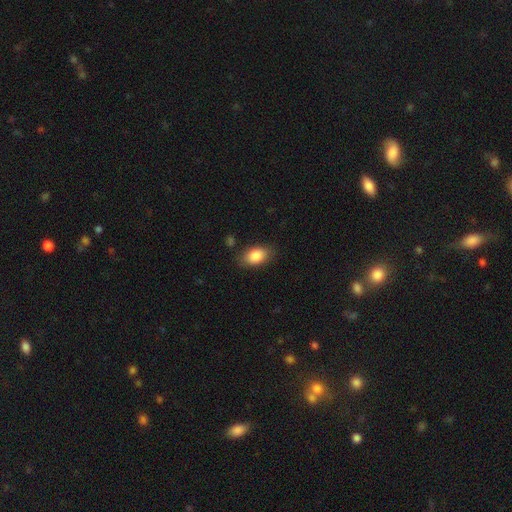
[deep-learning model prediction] smooth_or_featured: smooth (p=0.86) [alt: featured or disk p=0.07]
how_rounded: in between (p=0.89) [alt: round p=0.09]
merging: none (p=0.81) [alt: minor disturbance p=0.14]